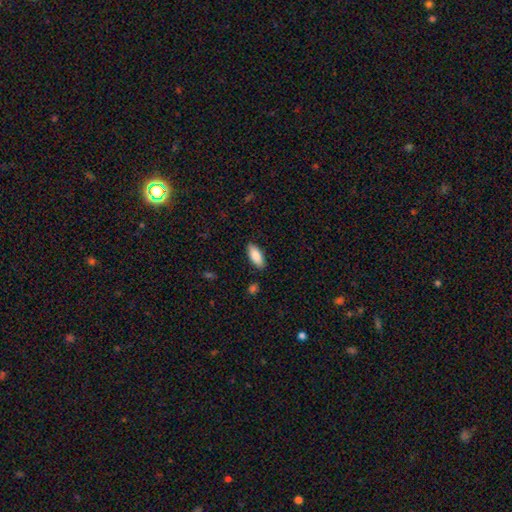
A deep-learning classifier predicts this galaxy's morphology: This is clearly a smooth galaxy (86%). How rounded: clearly in between (84%). Merging: clearly none (88%).